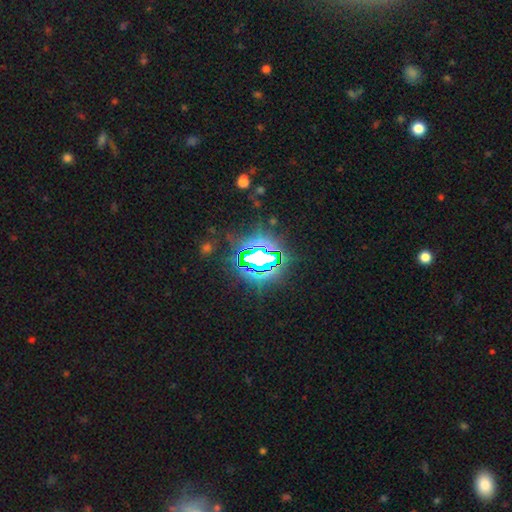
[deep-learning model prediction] The model was most divided on "smooth or featured": star or artifact: 82%, smooth: 10%, featured or disk: 7%.